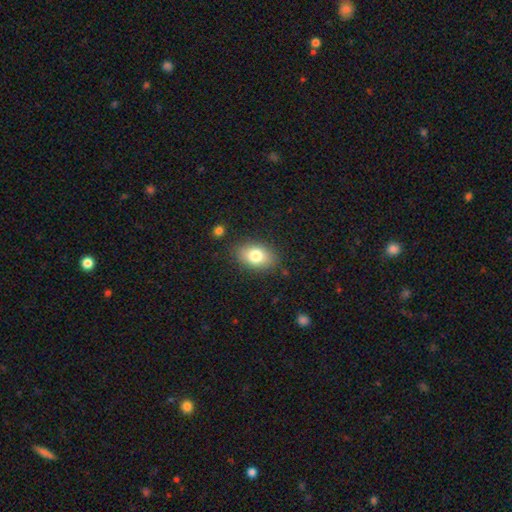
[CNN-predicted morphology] Smooth or featured? Predicted: smooth (p=0.78). How rounded? Predicted: in between (p=0.86). Merging? Predicted: none (p=0.83).